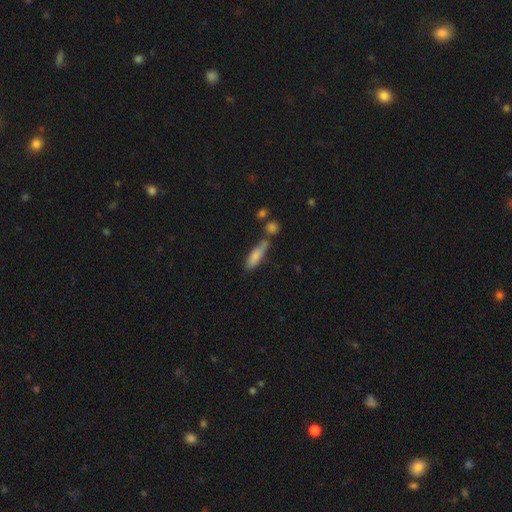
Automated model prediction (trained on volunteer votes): Smooth or featured: smooth — 78% (featured or disk — 15%)
How rounded: cigar-shaped — 59% (in between — 38%)
Merging: none — 56% (minor disturbance — 21%)